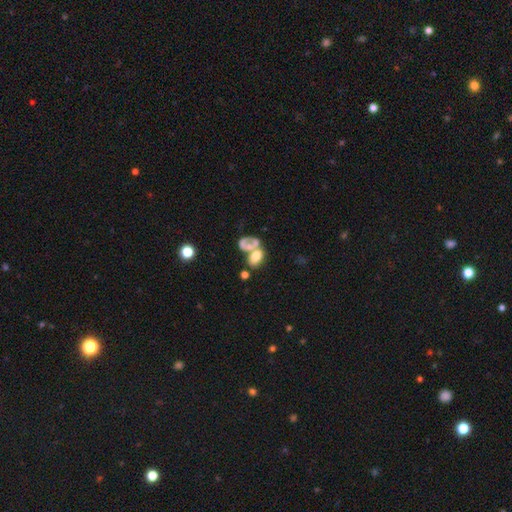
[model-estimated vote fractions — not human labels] Smooth or featured? Predicted: smooth (p=0.51). How rounded? Predicted: in between (p=0.81). Merging? Predicted: merger (p=0.59).